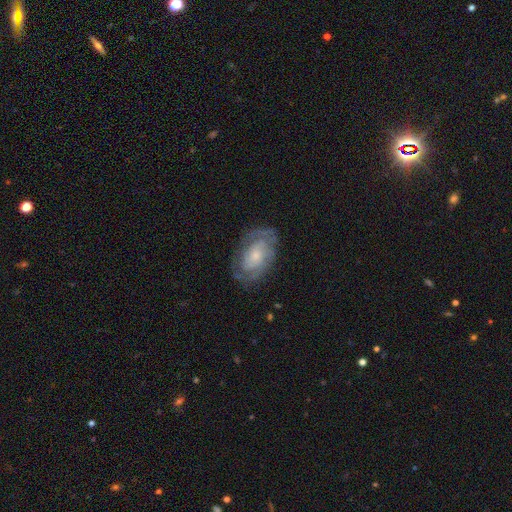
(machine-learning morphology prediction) Smooth or featured? Predicted: featured or disk (p=0.73). Edge-on disk? Predicted: no (p=0.96). Bar? Predicted: no (p=0.72). Spiral arms? Predicted: yes (p=0.86). Spiral winding? Predicted: tight (p=0.58). Spiral arm count? Predicted: 2 (p=0.40). Bulge size? Predicted: small (p=0.58). Merging? Predicted: none (p=0.72).